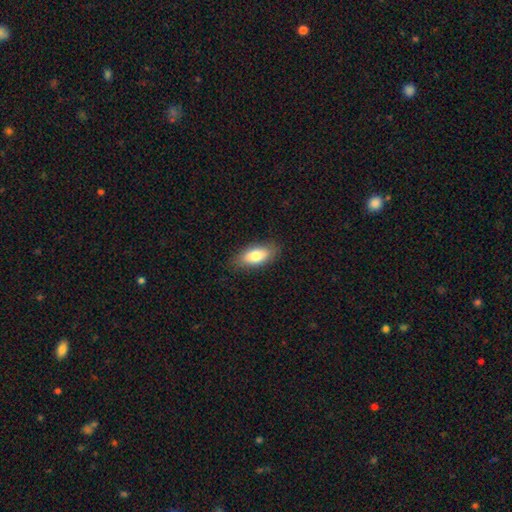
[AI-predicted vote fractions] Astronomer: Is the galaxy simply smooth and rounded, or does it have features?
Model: smooth — 79%.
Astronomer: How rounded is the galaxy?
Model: in between — 86%.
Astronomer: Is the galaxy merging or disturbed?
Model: none — 84%.